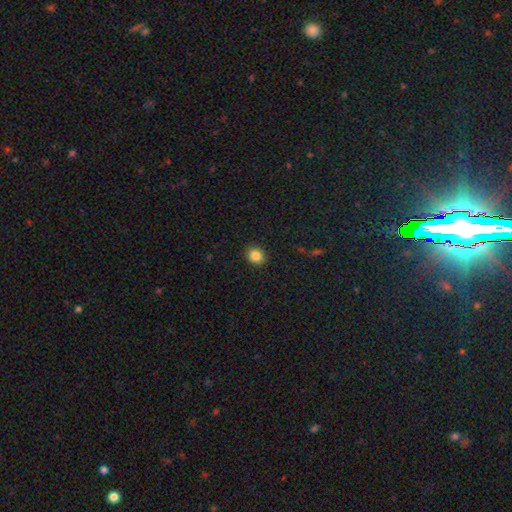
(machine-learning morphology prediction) type=smooth (85%); roundness=round (78%); merging=none (92%).